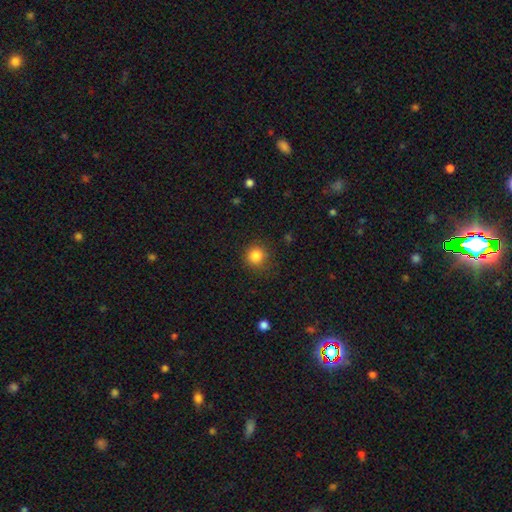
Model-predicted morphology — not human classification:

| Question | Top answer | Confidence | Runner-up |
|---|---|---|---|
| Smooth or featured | smooth | 85% | star or artifact (11%) |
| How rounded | round | 91% | in between (8%) |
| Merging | none | 83% | minor disturbance (12%) |